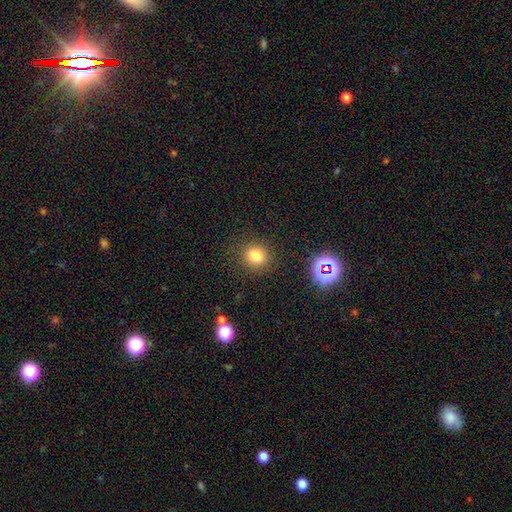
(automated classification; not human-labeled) The model was most divided on "how rounded": round: 75%, in between: 24%, cigar-shaped: 1%. More confident: merging — none (84%); smooth or featured — smooth (80%).